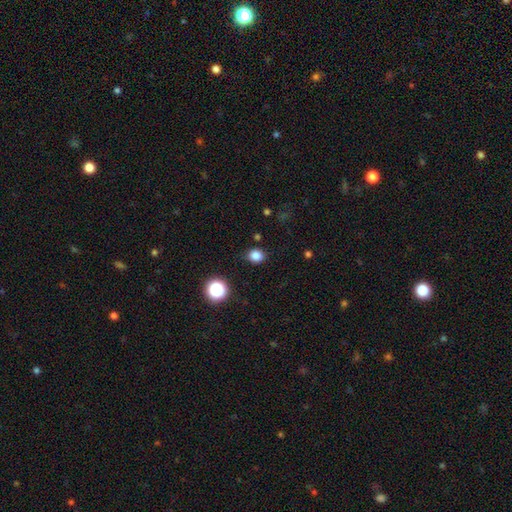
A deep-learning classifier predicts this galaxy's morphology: The model was most divided on "how rounded": round: 71%, in between: 29%, cigar-shaped: 1%. More confident: merging — none (85%); smooth or featured — smooth (82%).